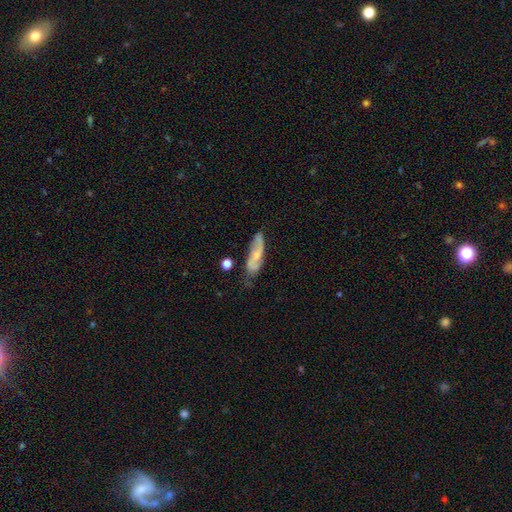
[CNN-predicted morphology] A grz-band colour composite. It shows a featured or disk galaxy (61%) with no bar (56%), spiral arms (88%) and a small central bulge (58%). Merging: none (65%).